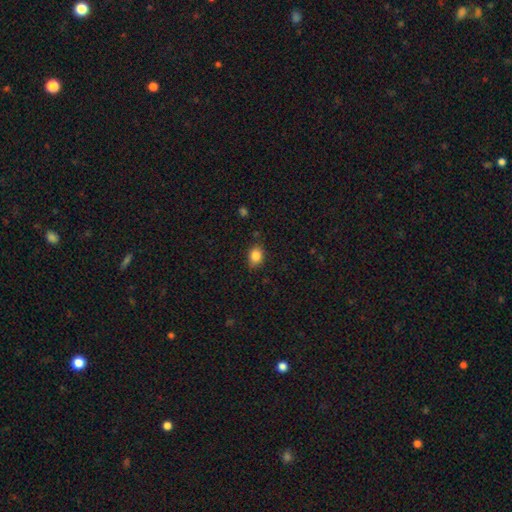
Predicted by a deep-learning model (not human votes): A smooth galaxy with no disk features (85%) that is in between round and cigar-shaped (65%).

Vote fractions:
- Smooth or featured? smooth: 85% / star or artifact: 9% / featured or disk: 6%
- How rounded? in between: 65% / round: 34% / cigar-shaped: 1%
- Merging? none: 81% / minor disturbance: 15% / major disturbance: 3% / merger: 1%